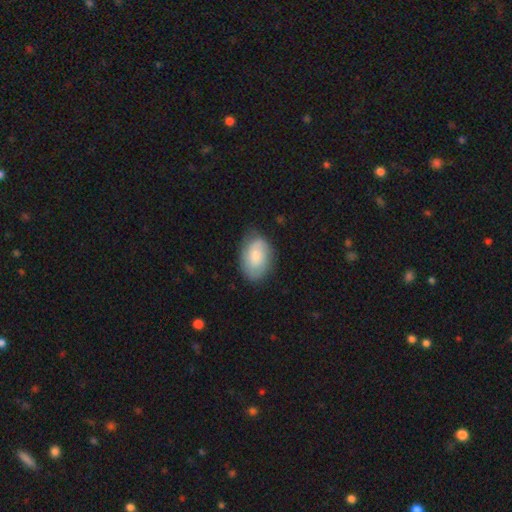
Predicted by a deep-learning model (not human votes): Smooth or featured? smooth (59%)
How rounded? in between (84%)
Merging? none (71%)